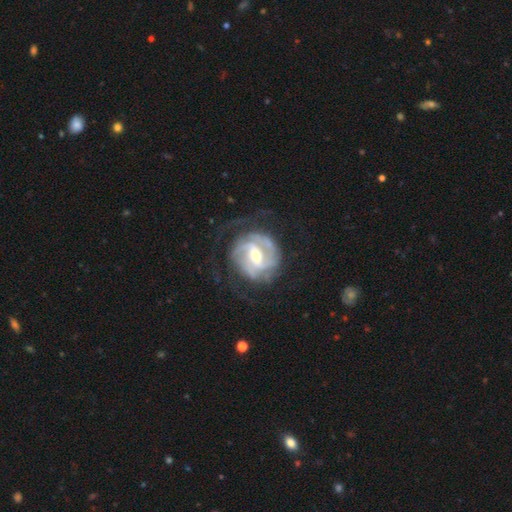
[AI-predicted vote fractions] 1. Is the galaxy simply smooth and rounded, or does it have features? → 90% featured or disk, 6% smooth, 4% star or artifact.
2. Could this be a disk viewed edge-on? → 97% no, 3% yes.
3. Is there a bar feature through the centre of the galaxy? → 46% weak, 37% strong, 17% no.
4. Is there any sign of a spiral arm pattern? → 96% yes, 4% no.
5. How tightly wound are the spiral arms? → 46% tight, 40% medium, 14% loose.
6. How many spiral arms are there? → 50% 2, 19% 3, 16% can't tell, 6% 4, 5% 1, 4% more than 4.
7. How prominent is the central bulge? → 54% moderate, 41% small, 3% large, 1% none, 1% dominant.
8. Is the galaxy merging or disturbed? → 64% none, 18% minor disturbance, 17% major disturbance, 1% merger.